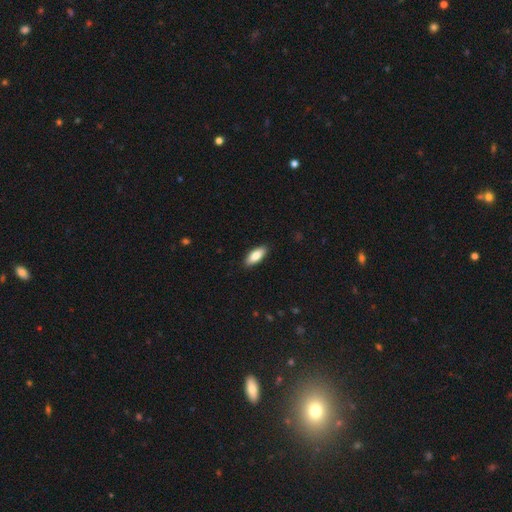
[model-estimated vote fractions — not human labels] smooth_or_featured: smooth (p=0.83) [alt: featured or disk p=0.12]
how_rounded: in between (p=0.79) [alt: cigar-shaped p=0.19]
merging: none (p=0.90) [alt: minor disturbance p=0.08]